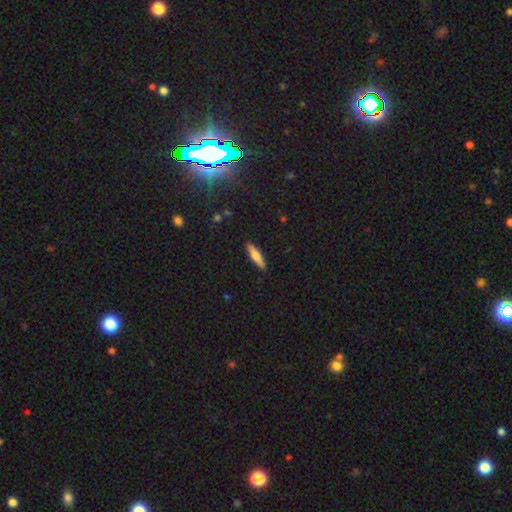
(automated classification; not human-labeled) Overall: smooth (61%; featured or disk 33%). How rounded: cigar-shaped (81%). Merging: none (90%).